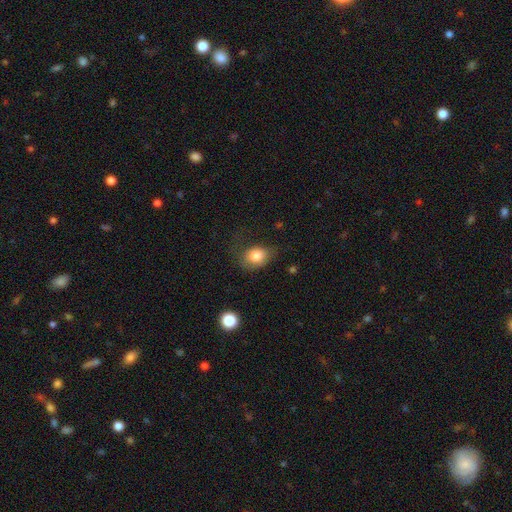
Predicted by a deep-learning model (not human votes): Morphology: type=smooth (80%); roundness=in between (57%); merging=none (55%).